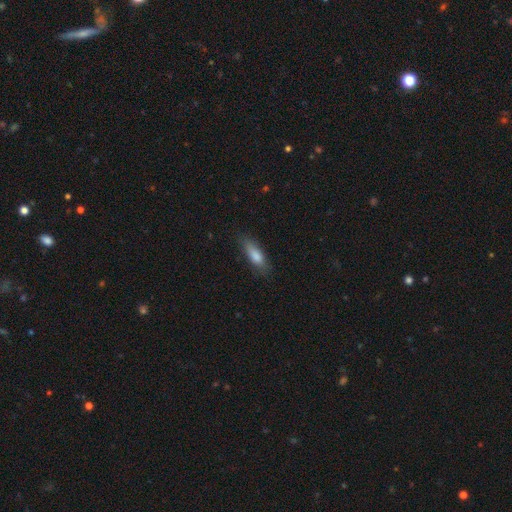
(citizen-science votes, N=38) Overall: smooth (71%). How rounded: cigar-shaped (52%; in between 44%). Merging: none (83%).